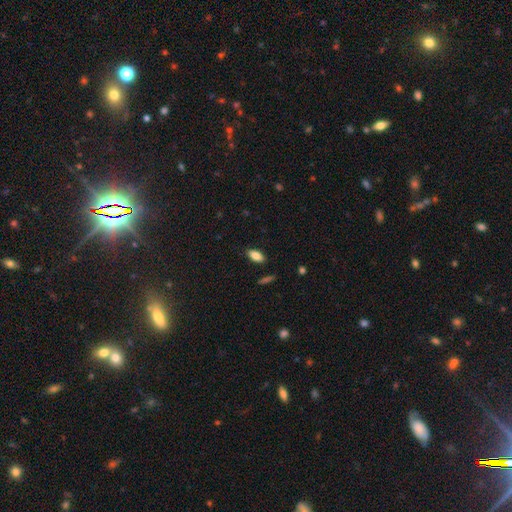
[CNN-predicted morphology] Overall: smooth (84%). How rounded: in between (89%). Merging: none (87%).